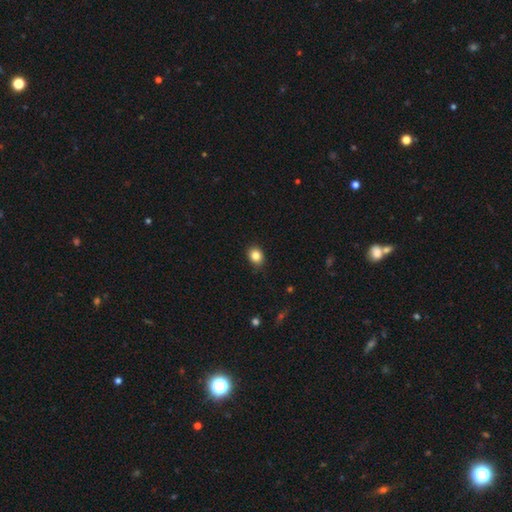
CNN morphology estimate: Smooth or featured: smooth — 85% (star or artifact — 10%)
How rounded: round — 56% (in between — 43%)
Merging: none — 87% (minor disturbance — 10%)